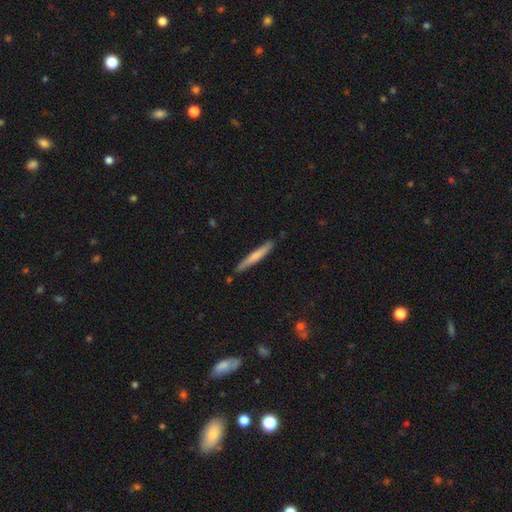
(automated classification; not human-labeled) smooth_or_featured: smooth (p=0.65) [alt: featured or disk p=0.30]
how_rounded: cigar-shaped (p=0.96) [alt: in between p=0.03]
merging: none (p=0.85) [alt: minor disturbance p=0.11]